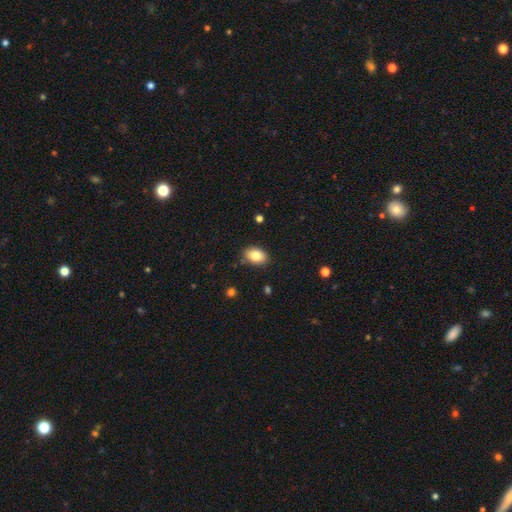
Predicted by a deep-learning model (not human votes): Smooth or featured: smooth — 83% (featured or disk — 9%)
How rounded: in between — 86% (round — 13%)
Merging: none — 85% (minor disturbance — 11%)